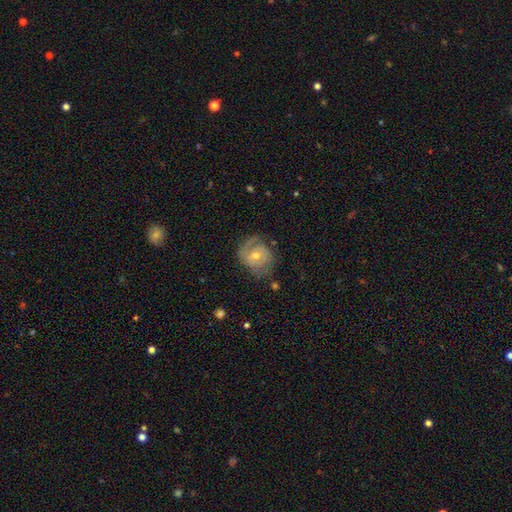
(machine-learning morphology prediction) A featured or disk galaxy (76%) with no bar (65%), 2 (49%) tight (53%) spiral arms (90%) and a moderate central bulge (52%). Merging: none (66%).